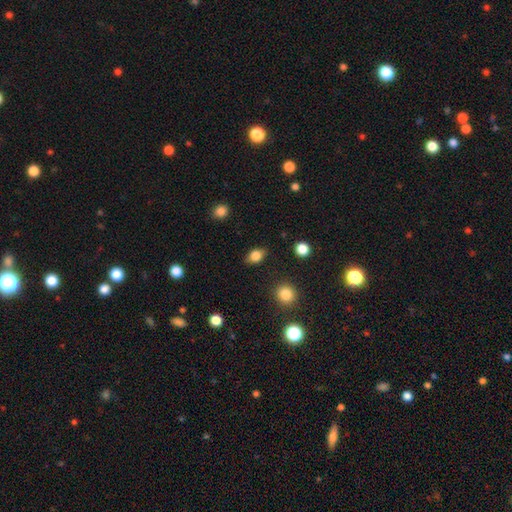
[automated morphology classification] The model was most divided on "how rounded": in between: 77%, round: 20%, cigar-shaped: 2%. More confident: merging — none (83%); smooth or featured — smooth (81%).